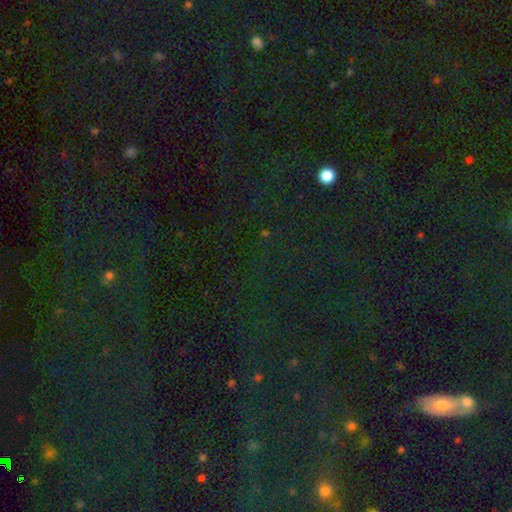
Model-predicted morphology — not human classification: type=star or artifact (80%).